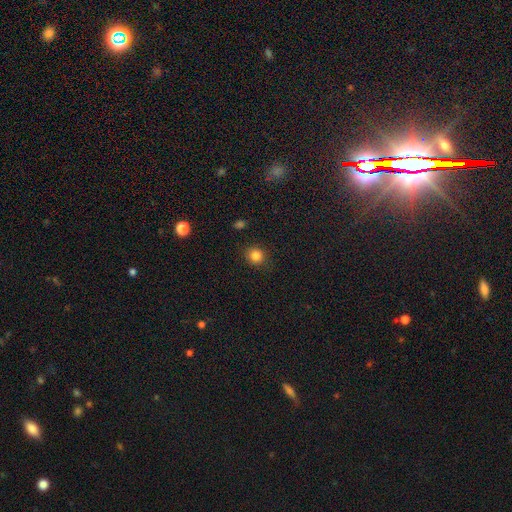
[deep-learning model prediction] A smooth galaxy with no disk features (83%) that is round (86%).

Vote fractions:
- Smooth or featured? smooth: 83% / star or artifact: 12% / featured or disk: 5%
- How rounded? round: 86% / in between: 13% / cigar-shaped: 1%
- Merging? none: 88% / minor disturbance: 8% / major disturbance: 3% / merger: 1%